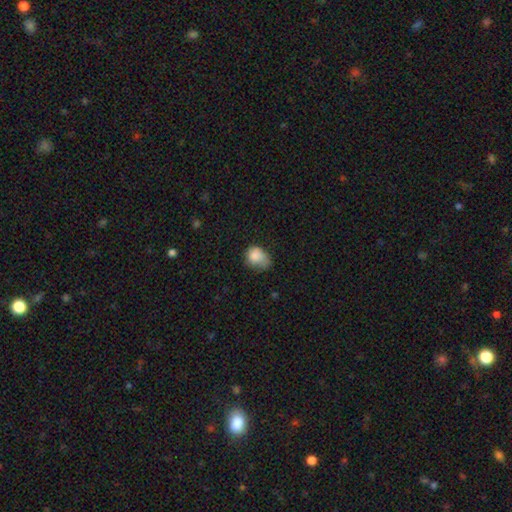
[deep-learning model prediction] A smooth galaxy with no disk features (82%) that is in between round and cigar-shaped (57%). Merging: minor disturbance (42%).